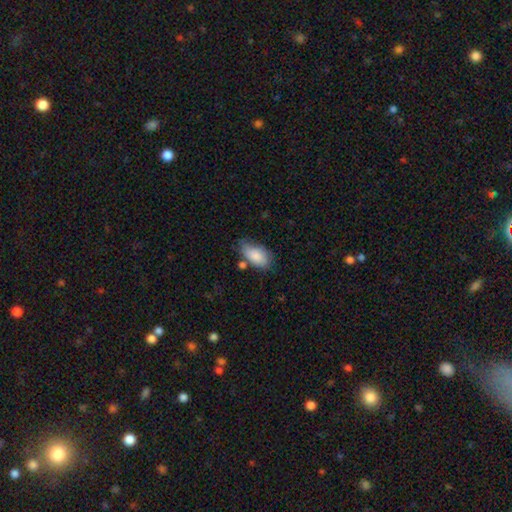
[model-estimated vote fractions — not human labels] Overall: smooth (84%). How rounded: in between (93%). Merging: none (52%; minor disturbance 30%).